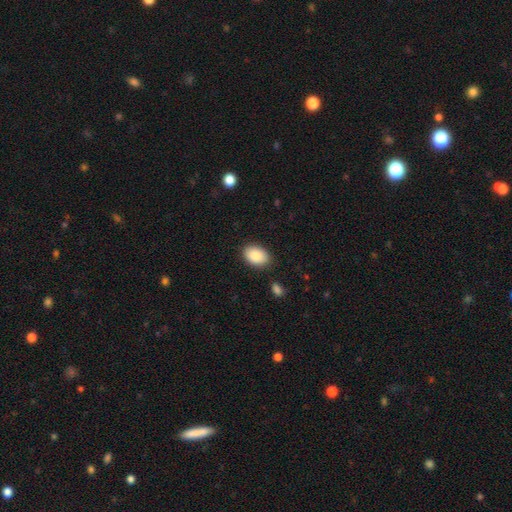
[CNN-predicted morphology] This appears to be a smooth galaxy with no disk features (89%) that is in between round and cigar-shaped (85%). Merging: none (86%).